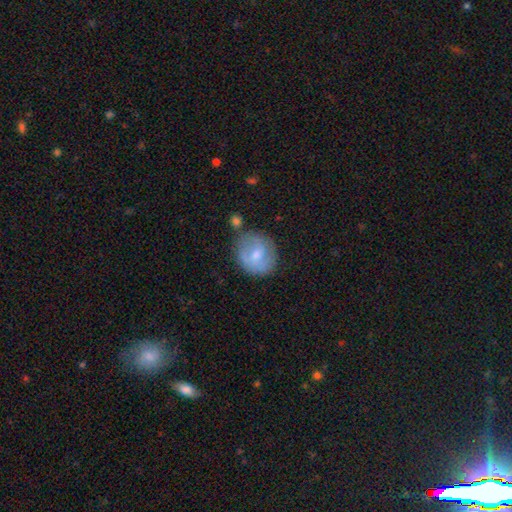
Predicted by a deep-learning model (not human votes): smooth-or-featured: smooth: 54% | featured or disk: 39% | star or artifact: 7%
  how-rounded: round: 79% | in between: 20% | cigar-shaped: 1%
  merging: none: 63% | minor disturbance: 22% | major disturbance: 8% | merger: 7%